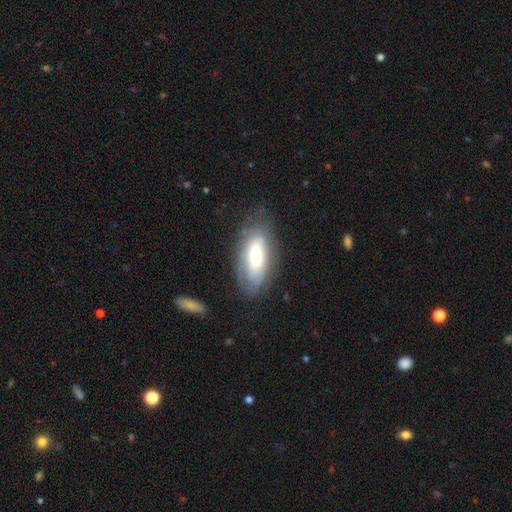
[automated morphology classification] Smooth or featured? Predicted: smooth (p=0.55). How rounded? Predicted: in between (p=0.87). Merging? Predicted: none (p=0.63).